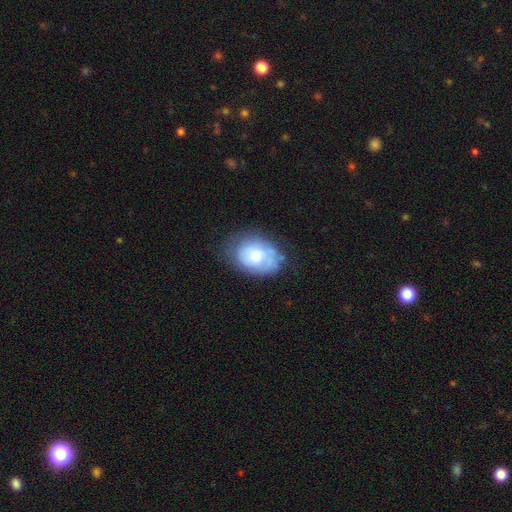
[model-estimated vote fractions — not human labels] A smooth galaxy with no disk features (56%) that is in between round and cigar-shaped (74%). Merging: none (60%).